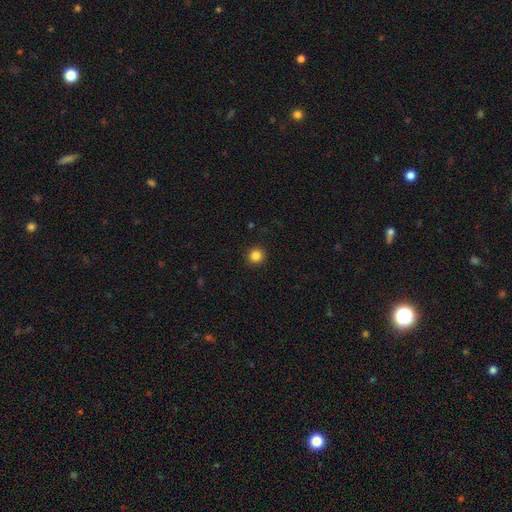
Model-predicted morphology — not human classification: This appears to be a smooth galaxy with no disk features (84%) that is round (93%). Merging: none (93%).